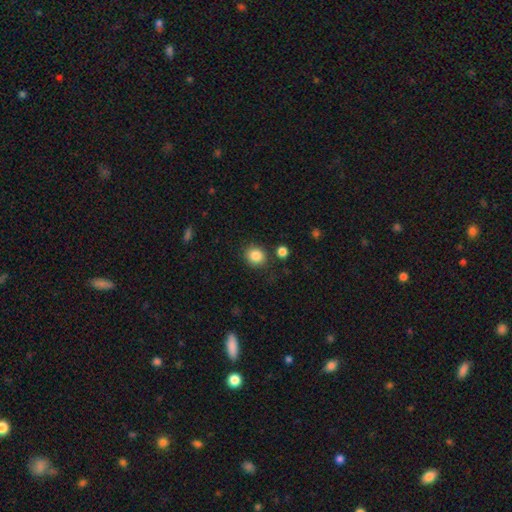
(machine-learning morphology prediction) smooth_or_featured: smooth (p=0.86) [alt: star or artifact p=0.10]
how_rounded: round (p=0.78) [alt: in between p=0.21]
merging: none (p=0.83) [alt: minor disturbance p=0.09]